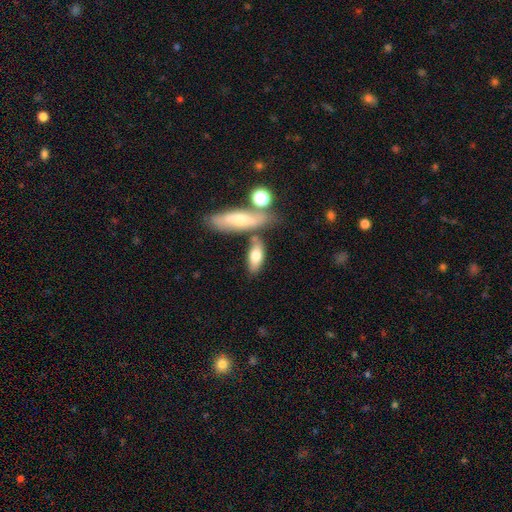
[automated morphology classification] A smooth galaxy with no disk features (68%) that is in between round and cigar-shaped (70%).

Vote fractions:
- Smooth or featured? smooth: 68% / featured or disk: 24% / star or artifact: 7%
- How rounded? in between: 70% / cigar-shaped: 26% / round: 4%
- Merging? none: 58% / merger: 22% / minor disturbance: 15% / major disturbance: 5%